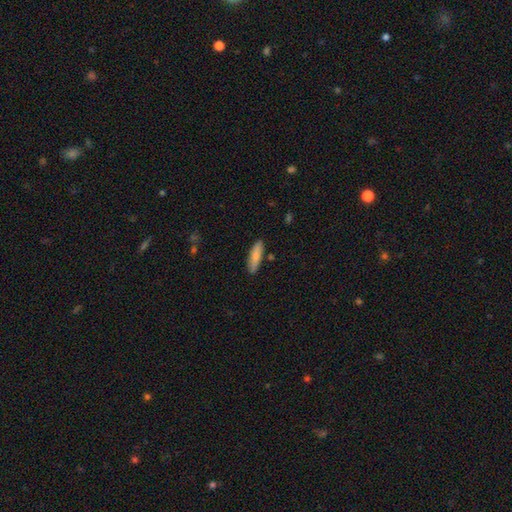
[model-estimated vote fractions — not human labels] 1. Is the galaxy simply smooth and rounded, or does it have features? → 82% smooth, 12% featured or disk, 6% star or artifact.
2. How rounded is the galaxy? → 62% cigar-shaped, 36% in between, 2% round.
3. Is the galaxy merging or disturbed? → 84% none, 11% minor disturbance, 3% merger, 2% major disturbance.